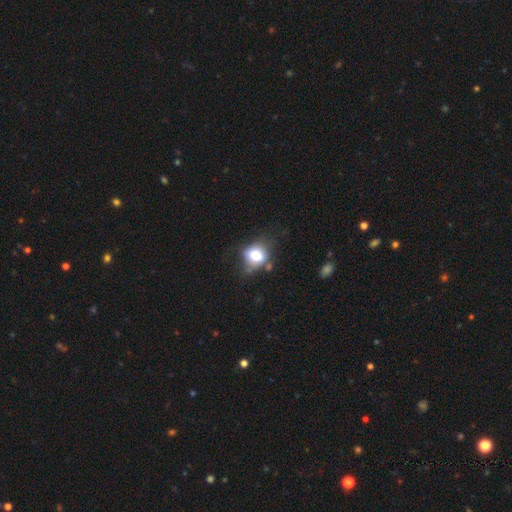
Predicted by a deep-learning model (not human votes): Smooth or featured: smooth — 73% (featured or disk — 16%)
How rounded: round — 63% (in between — 36%)
Merging: none — 56% (minor disturbance — 24%)